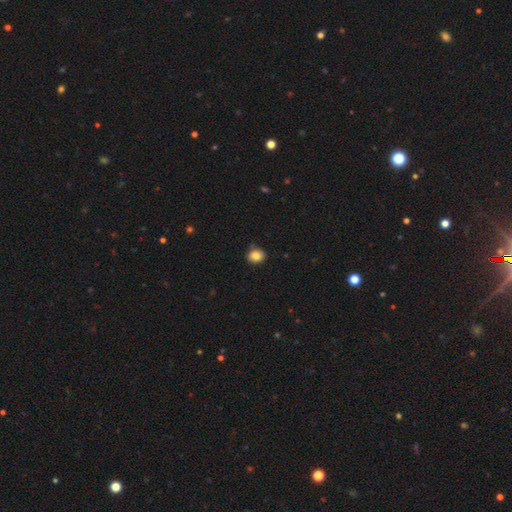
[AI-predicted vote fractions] The model was most divided on "how rounded": round: 72%, in between: 27%, cigar-shaped: 1%. More confident: merging — none (84%); smooth or featured — smooth (83%).